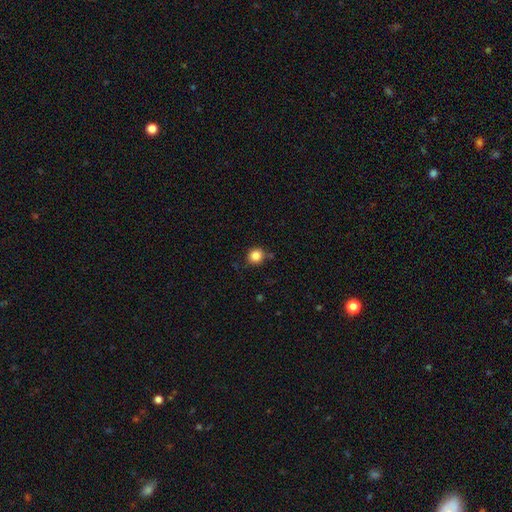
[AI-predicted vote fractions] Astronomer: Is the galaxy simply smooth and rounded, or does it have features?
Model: smooth — 85%.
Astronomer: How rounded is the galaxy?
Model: round — 89%.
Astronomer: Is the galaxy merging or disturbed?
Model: none — 81%.